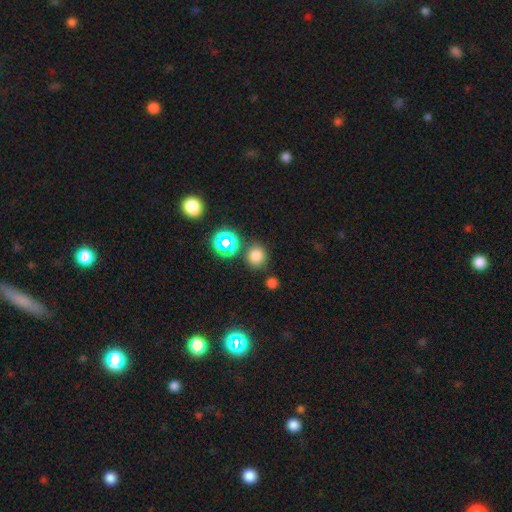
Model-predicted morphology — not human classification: Smooth or featured: smooth — 73% (star or artifact — 21%)
How rounded: round — 81% (in between — 18%)
Merging: none — 81% (minor disturbance — 10%)